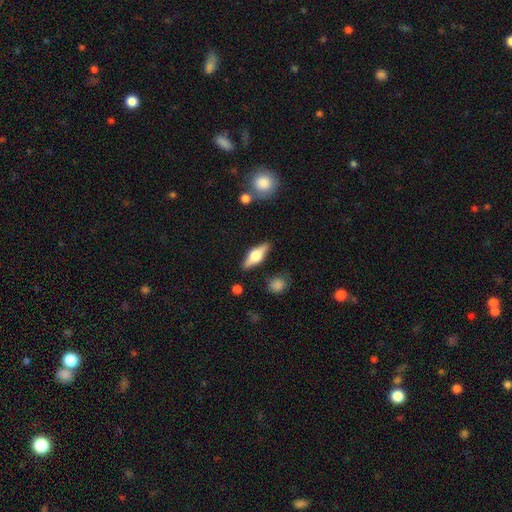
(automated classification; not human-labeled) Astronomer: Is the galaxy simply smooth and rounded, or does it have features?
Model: featured or disk — 60%.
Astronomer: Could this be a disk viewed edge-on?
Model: yes — 94%.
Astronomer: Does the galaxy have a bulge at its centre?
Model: rounded — 93%.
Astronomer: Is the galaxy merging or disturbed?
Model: none — 85%.